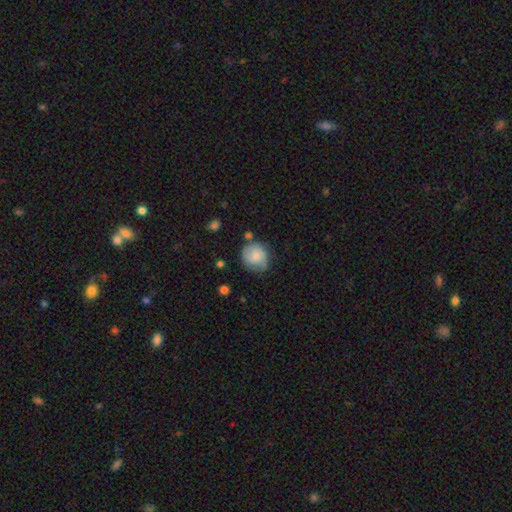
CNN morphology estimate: smooth-or-featured: smooth: 67% | featured or disk: 26% | star or artifact: 8%
  how-rounded: round: 85% | in between: 15% | cigar-shaped: 1%
  merging: none: 64% | minor disturbance: 24% | major disturbance: 7% | merger: 5%